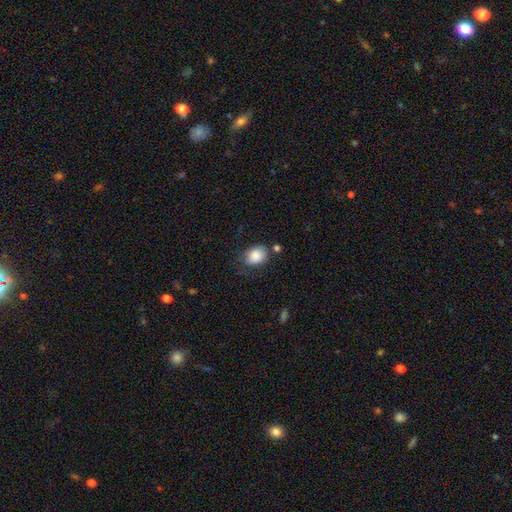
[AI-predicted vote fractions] Smooth or featured?
  - smooth: 86% *
  - star or artifact: 8%
  - featured or disk: 7%
How rounded?
  - in between: 61% *
  - round: 38%
  - cigar-shaped: 1%
Merging?
  - none: 61% *
  - minor disturbance: 24%
  - major disturbance: 8%
  - merger: 7%